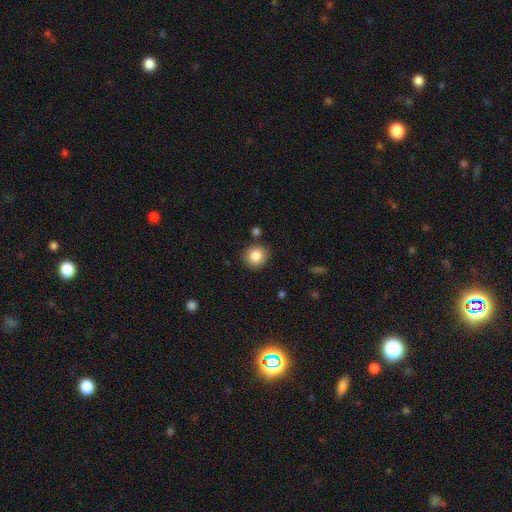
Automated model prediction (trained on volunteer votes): Smooth or featured?
  - smooth: 86% *
  - star or artifact: 9%
  - featured or disk: 6%
How rounded?
  - round: 86% *
  - in between: 13%
  - cigar-shaped: 1%
Merging?
  - none: 87% *
  - minor disturbance: 8%
  - merger: 3%
  - major disturbance: 2%